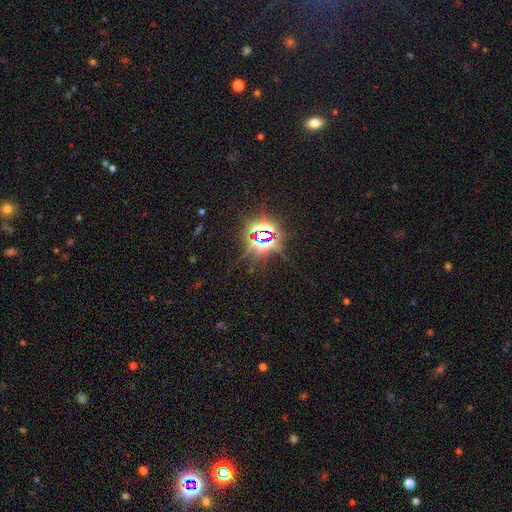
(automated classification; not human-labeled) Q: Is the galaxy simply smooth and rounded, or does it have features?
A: star or artifact — 82%.